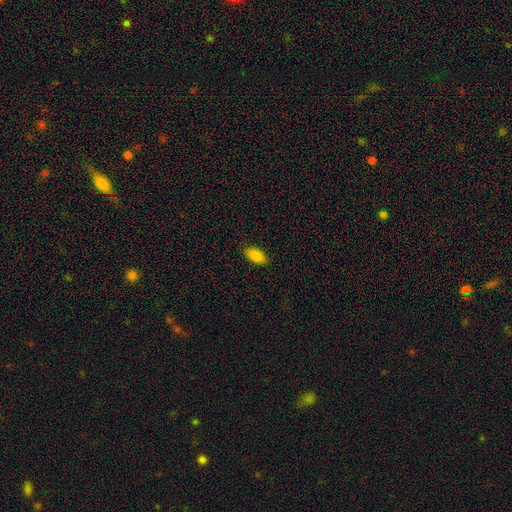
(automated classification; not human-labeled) This is clearly a smooth galaxy (88%). How rounded: clearly in between (90%). Merging: clearly none (88%).